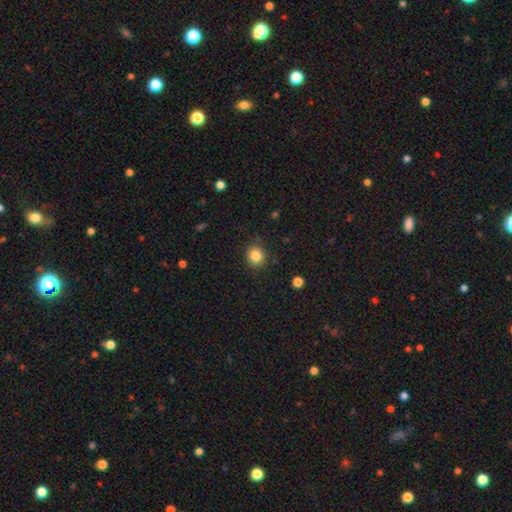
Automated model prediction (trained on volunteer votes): Smooth or featured: smooth — 85% (star or artifact — 11%)
How rounded: round — 85% (in between — 14%)
Merging: none — 88% (minor disturbance — 8%)